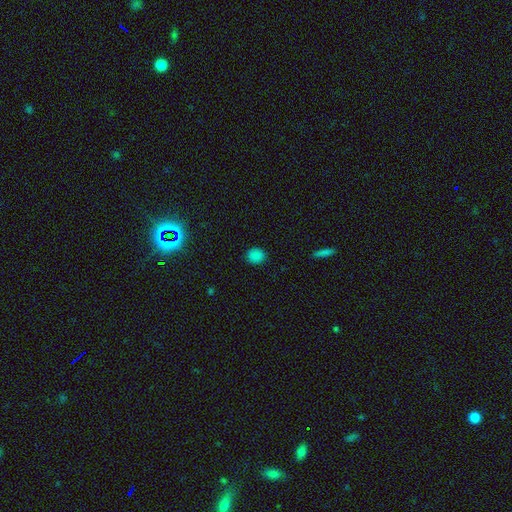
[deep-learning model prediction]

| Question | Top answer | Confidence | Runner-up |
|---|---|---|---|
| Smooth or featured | smooth | 83% | star or artifact (13%) |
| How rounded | round | 76% | in between (23%) |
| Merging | none | 89% | minor disturbance (8%) |